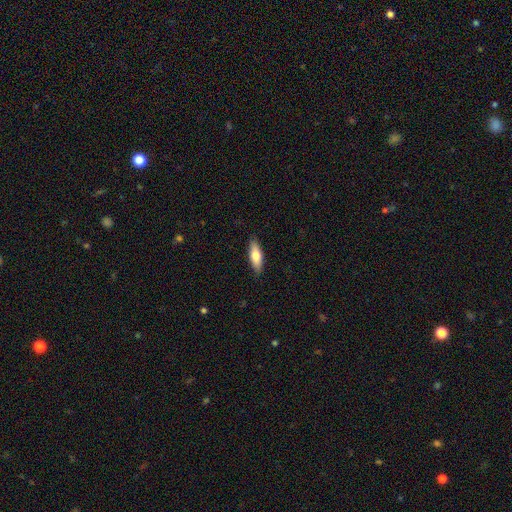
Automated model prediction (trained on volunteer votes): A smooth galaxy with no disk features (71%) that is in between round and cigar-shaped (59%). Merging: none (89%).